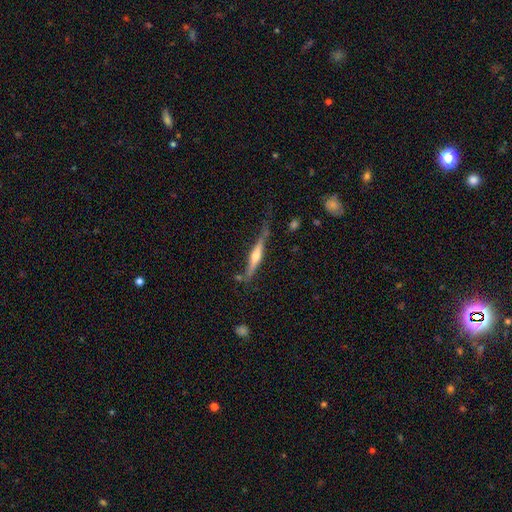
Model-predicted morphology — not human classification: Q: Smooth or featured?
A: featured or disk (69%); runner-up: smooth (25%)
Q: Edge-on disk?
A: yes (96%); runner-up: no (4%)
Q: Edge-on bulge?
A: rounded (88%); runner-up: boxy (7%)
Q: Merging?
A: none (63%); runner-up: minor disturbance (24%)